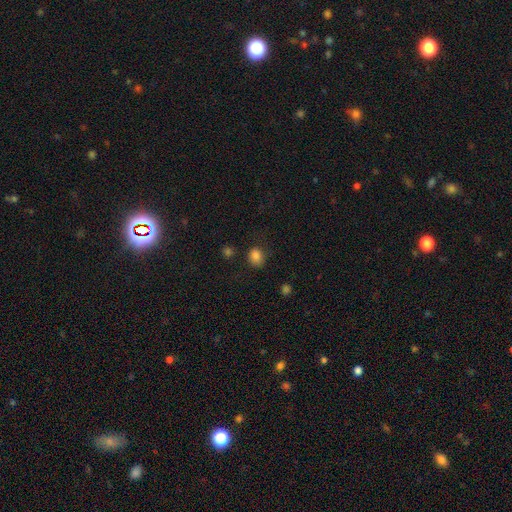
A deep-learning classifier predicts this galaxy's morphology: This appears to be a smooth galaxy with no disk features (83%) that is in between round and cigar-shaped (51%). Merging: none (70%).